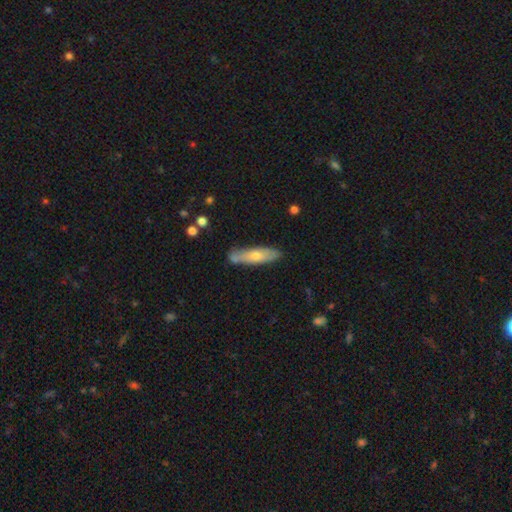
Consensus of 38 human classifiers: Q: Smooth or featured?
A: featured or disk (47%); runner-up: smooth (45%)
Q: Edge-on disk?
A: yes (72%); runner-up: no (28%)
Q: Edge-on bulge?
A: rounded (100%)
Q: Merging?
A: none (69%); runner-up: minor disturbance (23%)